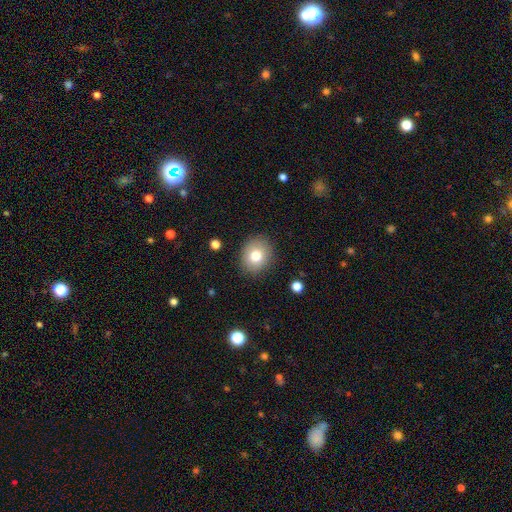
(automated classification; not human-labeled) Smooth or featured? Predicted: smooth (p=0.79). How rounded? Predicted: round (p=0.61). Merging? Predicted: none (p=0.87).